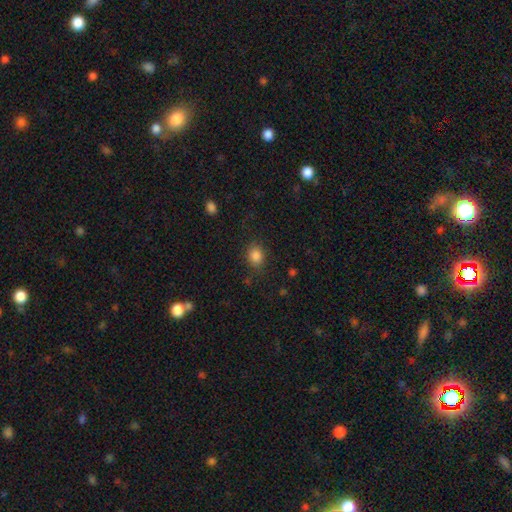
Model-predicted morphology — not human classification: A smooth galaxy with no disk features (85%) that is round (57%).

Vote fractions:
- Smooth or featured? smooth: 85% / star or artifact: 10% / featured or disk: 5%
- How rounded? round: 57% / in between: 42% / cigar-shaped: 1%
- Merging? none: 81% / minor disturbance: 13% / major disturbance: 4% / merger: 2%